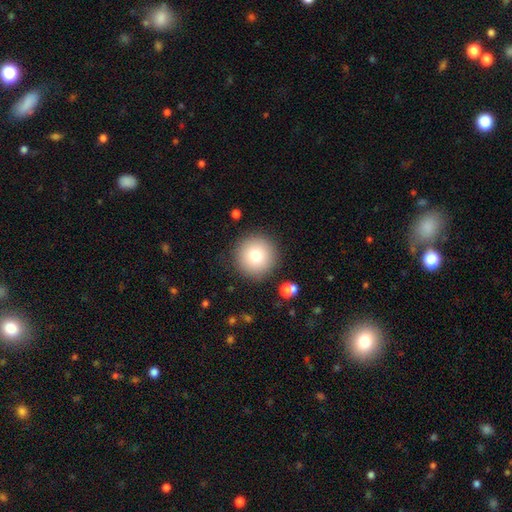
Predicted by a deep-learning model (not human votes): Smooth or featured? smooth (77%)
How rounded? round (96%)
Merging? none (89%)